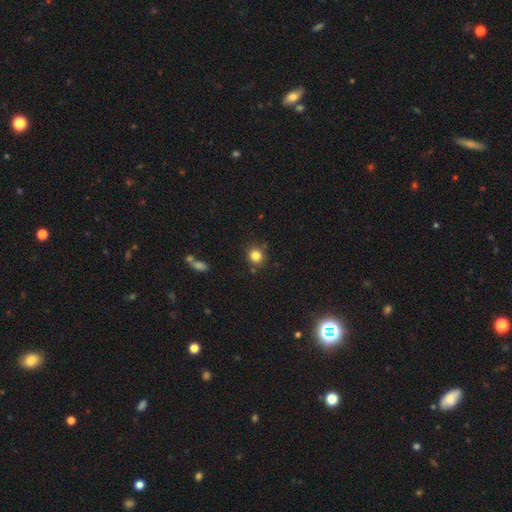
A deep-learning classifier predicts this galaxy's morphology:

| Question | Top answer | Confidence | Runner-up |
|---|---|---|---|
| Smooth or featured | smooth | 83% | star or artifact (11%) |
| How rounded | round | 88% | in between (11%) |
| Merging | none | 83% | minor disturbance (10%) |